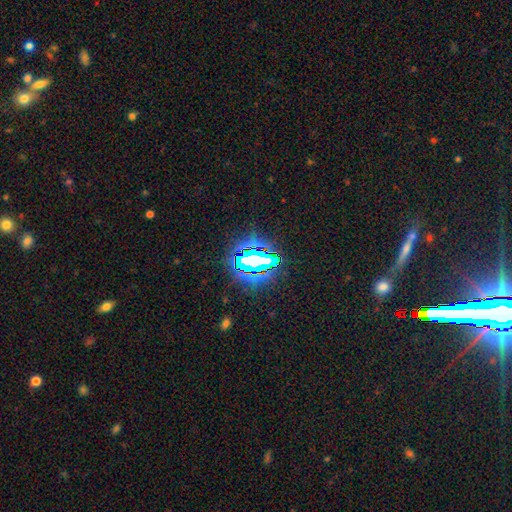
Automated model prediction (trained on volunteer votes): The model was most divided on "smooth or featured": star or artifact: 72%, smooth: 16%, featured or disk: 12%.